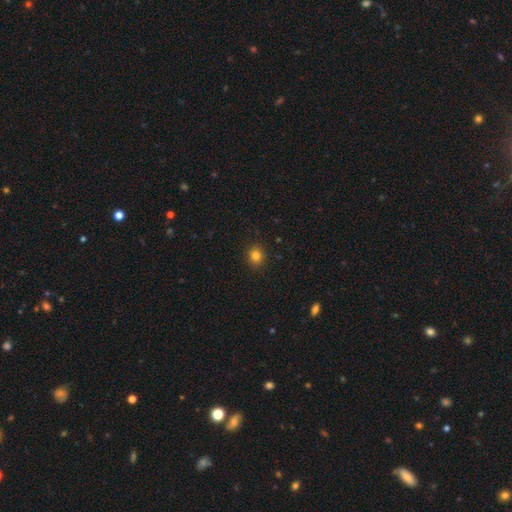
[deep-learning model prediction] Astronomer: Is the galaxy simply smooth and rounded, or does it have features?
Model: smooth — 82%.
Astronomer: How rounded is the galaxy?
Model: round — 79%.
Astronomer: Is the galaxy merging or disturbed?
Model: none — 91%.